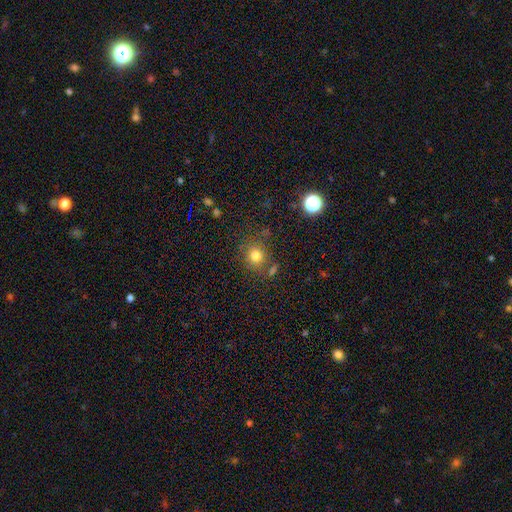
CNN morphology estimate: This appears to be a smooth galaxy with no disk features (78%) that is round (84%). Merging: none (76%).